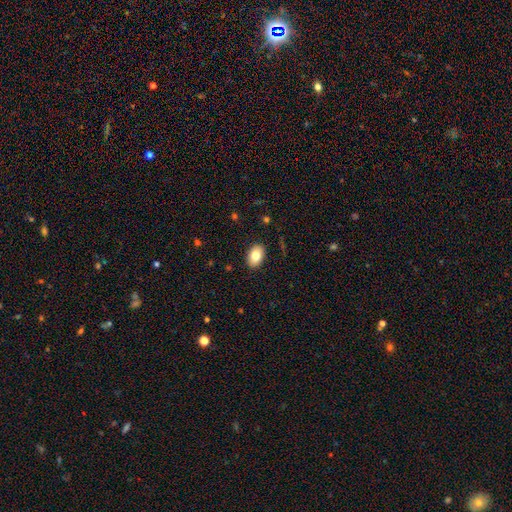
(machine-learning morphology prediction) This appears to be a smooth galaxy with no disk features (80%) that is in between round and cigar-shaped (86%). Merging: none (89%).